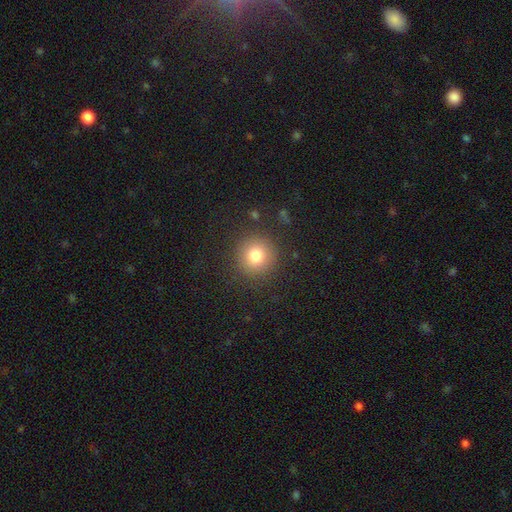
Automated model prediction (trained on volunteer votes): A smooth galaxy with no disk features (79%) that is round (94%).

Vote fractions:
- Smooth or featured? smooth: 79% / star or artifact: 12% / featured or disk: 9%
- How rounded? round: 94% / in between: 5% / cigar-shaped: 1%
- Merging? none: 88% / minor disturbance: 7% / major disturbance: 3% / merger: 1%